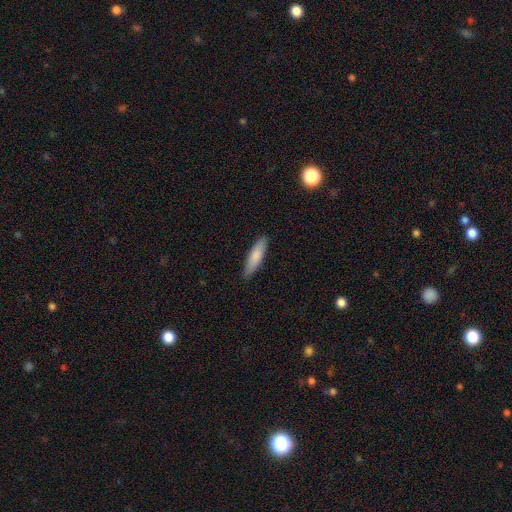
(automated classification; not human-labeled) Overall: smooth (81%). How rounded: cigar-shaped (67%; in between 31%). Merging: none (87%).